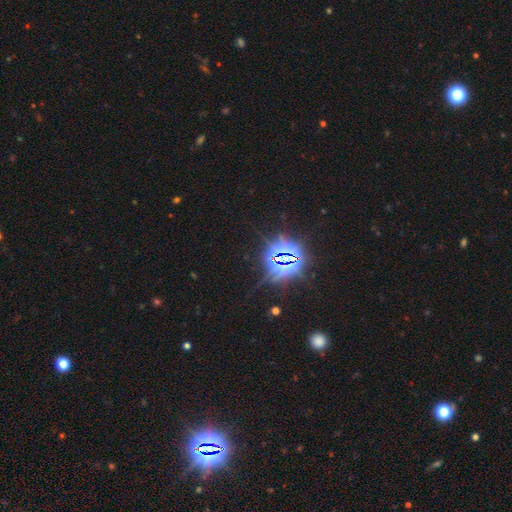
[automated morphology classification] This appears to be a star or artifact, not a galaxy (84%).